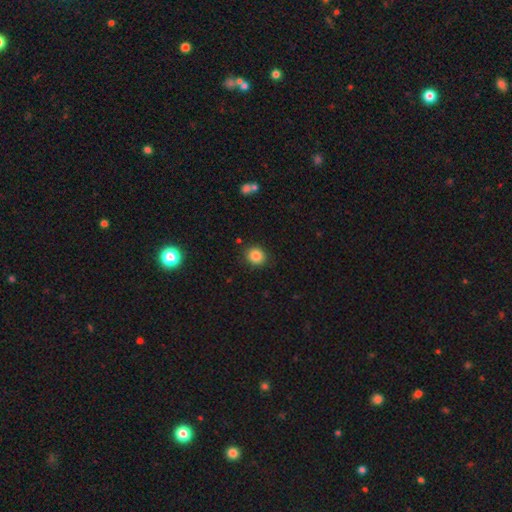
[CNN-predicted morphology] Q: Smooth or featured?
A: smooth (85%); runner-up: star or artifact (10%)
Q: How rounded?
A: round (83%); runner-up: in between (16%)
Q: Merging?
A: none (88%); runner-up: minor disturbance (8%)